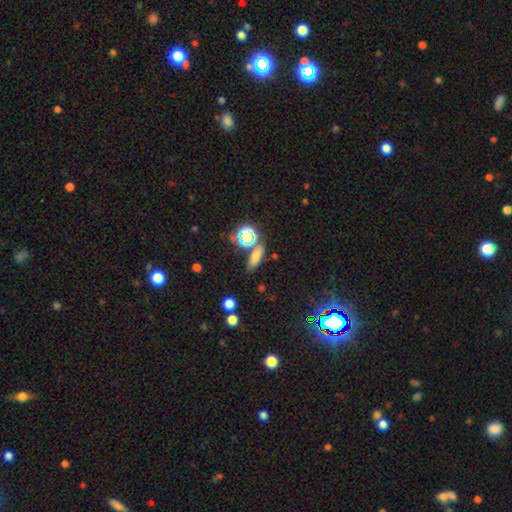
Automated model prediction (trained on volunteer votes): Smooth or featured? Predicted: smooth (p=0.65). How rounded? Predicted: in between (p=0.60). Merging? Predicted: none (p=0.70).